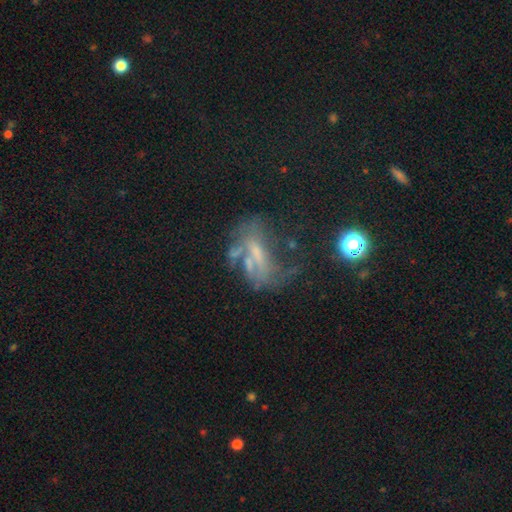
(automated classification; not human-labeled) featured or disk 52%, smooth 25%, star or artifact 23%. Down the decision tree: edge-on disk — no (88%); merging — major disturbance (39%).